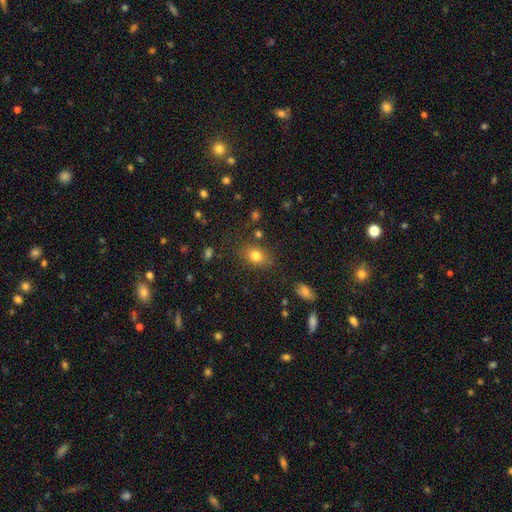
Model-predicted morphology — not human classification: Smooth or featured: smooth — 80% (star or artifact — 11%)
How rounded: in between — 70% (round — 28%)
Merging: none — 79% (minor disturbance — 14%)